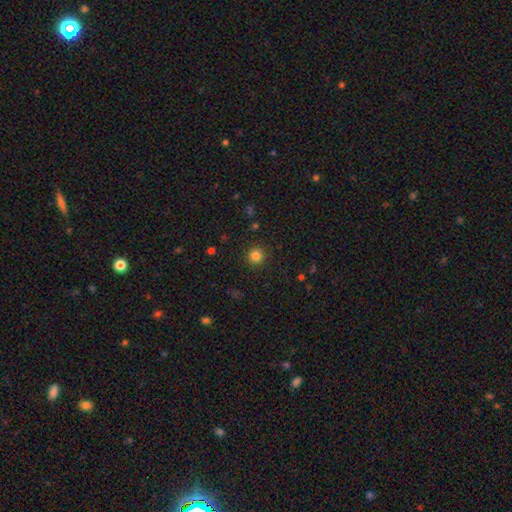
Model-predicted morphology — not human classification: Smooth or featured: smooth — 83% (star or artifact — 13%)
How rounded: round — 95% (in between — 4%)
Merging: none — 91% (minor disturbance — 5%)